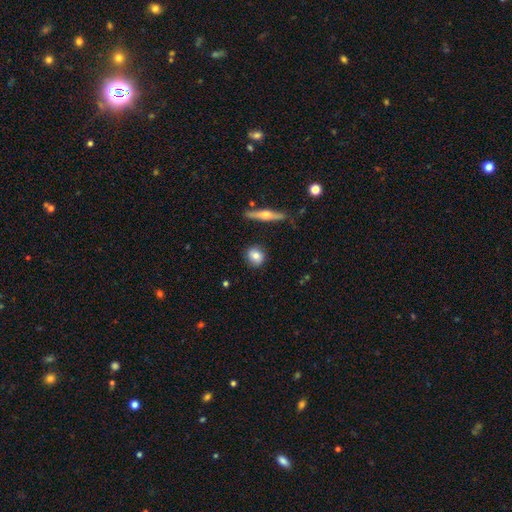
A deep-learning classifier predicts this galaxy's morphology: Smooth or featured? smooth (74%)
How rounded? round (75%)
Merging? none (85%)